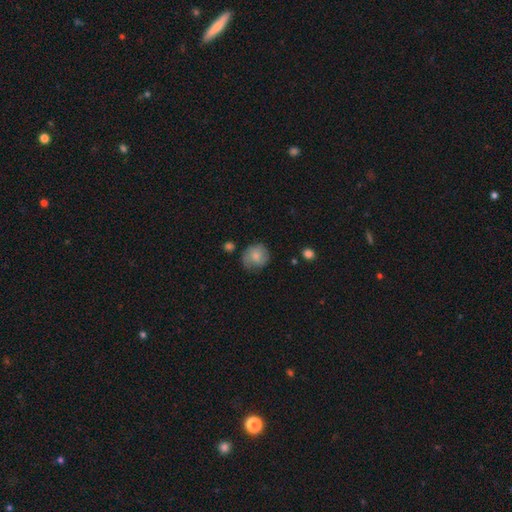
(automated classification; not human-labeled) A smooth galaxy with no disk features (65%) that is round (82%).

Vote fractions:
- Smooth or featured? smooth: 65% / featured or disk: 27% / star or artifact: 8%
- How rounded? round: 82% / in between: 17% / cigar-shaped: 1%
- Merging? none: 64% / minor disturbance: 25% / major disturbance: 8% / merger: 2%